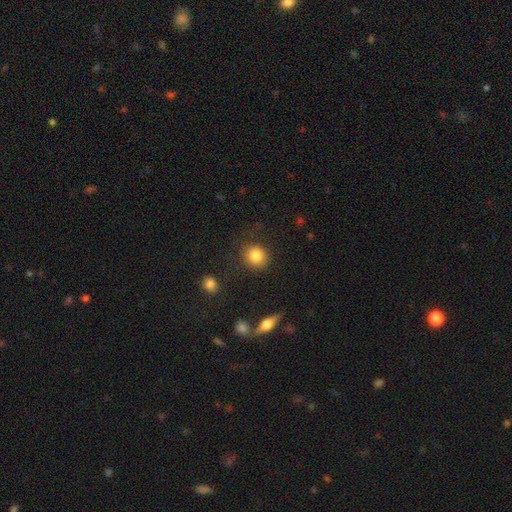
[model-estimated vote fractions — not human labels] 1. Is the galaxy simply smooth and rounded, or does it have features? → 84% smooth, 9% star or artifact, 6% featured or disk.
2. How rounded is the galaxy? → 85% round, 14% in between, 1% cigar-shaped.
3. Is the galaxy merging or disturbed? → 84% none, 10% minor disturbance, 4% major disturbance, 3% merger.